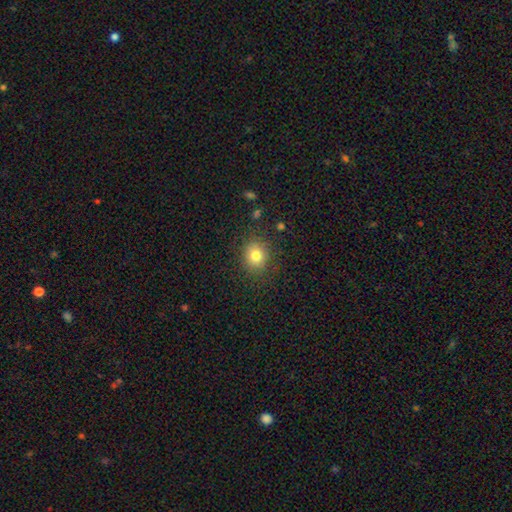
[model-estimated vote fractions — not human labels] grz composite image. It shows a smooth galaxy with no disk features (80%) that is round (74%). Merging: none (85%).